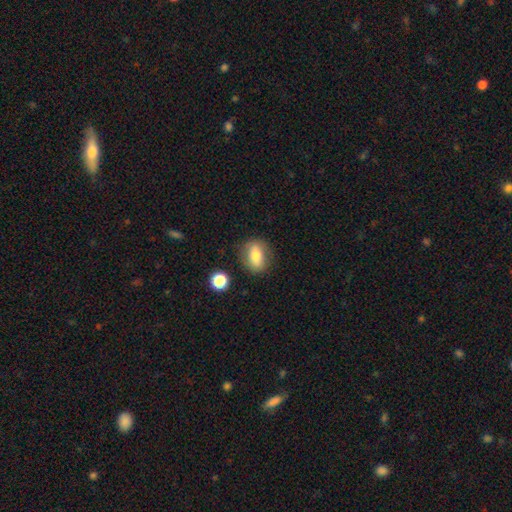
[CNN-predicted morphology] This is likely a smooth galaxy (71%). How rounded: likely in between (69%). Merging: clearly none (81%).